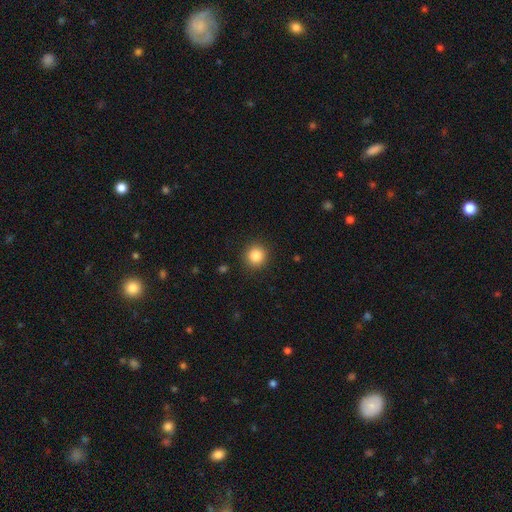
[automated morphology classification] Smooth or featured? smooth (85%)
How rounded? round (93%)
Merging? none (91%)